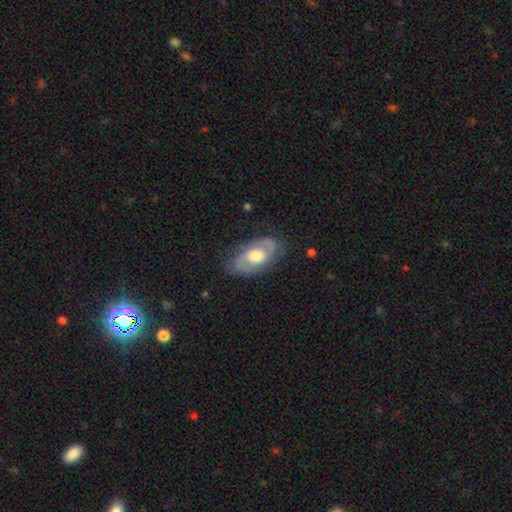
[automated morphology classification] Smooth or featured?
  - featured or disk: 74% *
  - smooth: 21%
  - star or artifact: 5%
Edge-on disk?
  - no: 94% *
  - yes: 6%
Bar?
  - no: 64% *
  - weak: 30%
  - strong: 6%
Spiral arms?
  - yes: 83% *
  - no: 17%
Spiral winding?
  - medium: 46% *
  - tight: 35%
  - loose: 19%
Spiral arm count?
  - 2: 83% *
  - can't tell: 11%
  - 1: 3%
  - 3: 2%
  - 4: 1%
  - more than 4: 1%
Bulge size?
  - moderate: 60% *
  - large: 25%
  - small: 11%
  - dominant: 2%
  - none: 2%
Merging?
  - none: 75% *
  - minor disturbance: 17%
  - major disturbance: 6%
  - merger: 1%